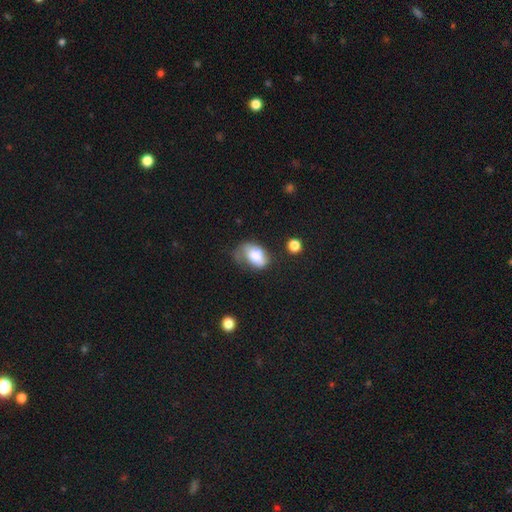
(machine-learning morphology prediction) smooth 71%, featured or disk 21%, star or artifact 8%. Down the decision tree: how rounded — in between (84%); merging — minor disturbance (36%).